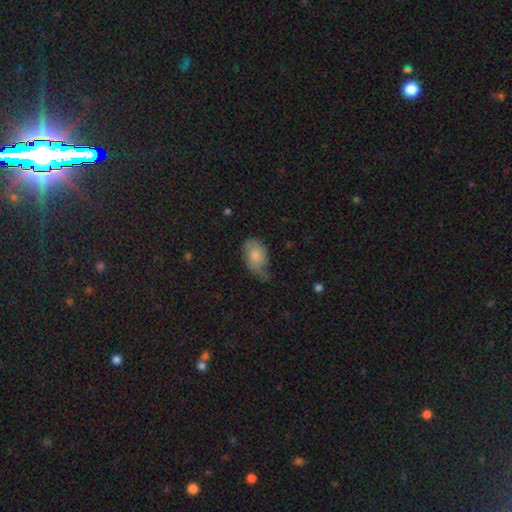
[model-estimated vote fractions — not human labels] smooth-or-featured: smooth: 59% | featured or disk: 34% | star or artifact: 7%
  how-rounded: in between: 86% | round: 12% | cigar-shaped: 1%
  merging: minor disturbance: 39% | none: 37% | major disturbance: 22% | merger: 2%